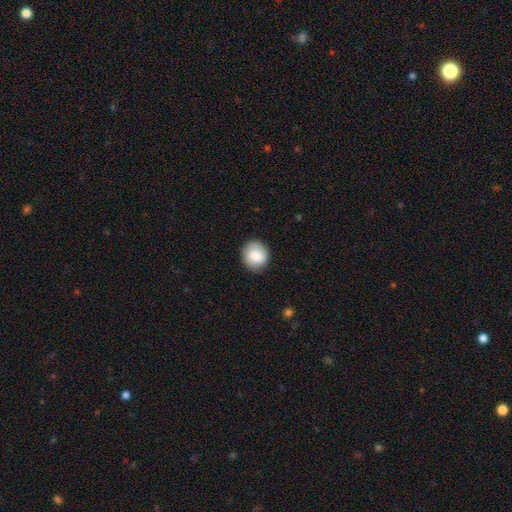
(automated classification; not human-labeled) Smooth or featured? smooth (86%)
How rounded? round (84%)
Merging? none (88%)